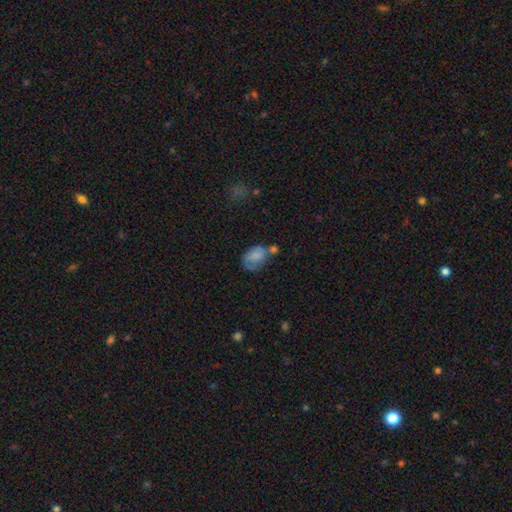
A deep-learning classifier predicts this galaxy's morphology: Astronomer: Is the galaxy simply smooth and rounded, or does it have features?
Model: smooth — 71%.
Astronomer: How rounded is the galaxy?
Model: in between — 80%.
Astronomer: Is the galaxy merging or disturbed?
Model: none — 31% (runner-up: minor disturbance, 27%).